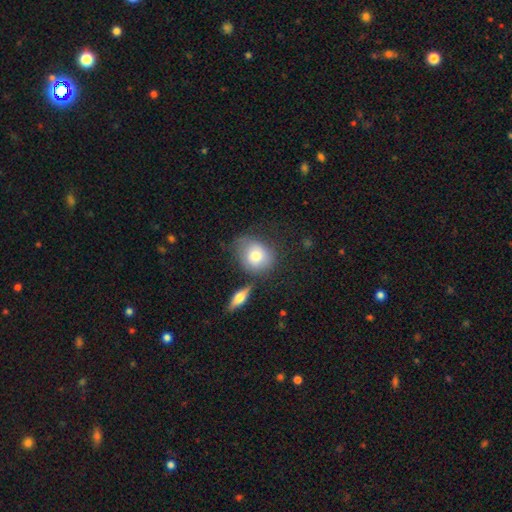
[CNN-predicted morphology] Overall: smooth (75%). How rounded: round (65%; in between 34%). Merging: none (56%; minor disturbance 22%).